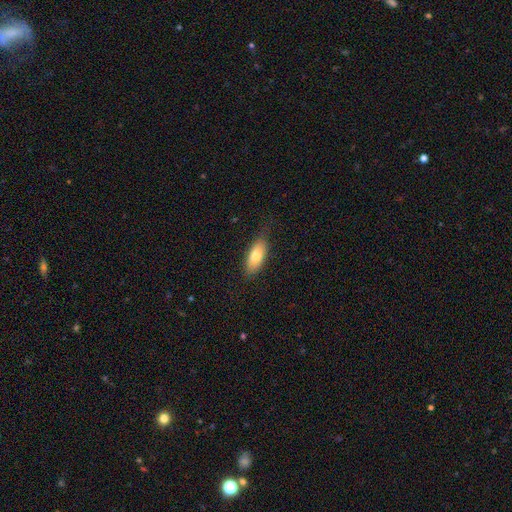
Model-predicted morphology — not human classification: A smooth galaxy with no disk features (76%) that is in between round and cigar-shaped (81%).

Vote fractions:
- Smooth or featured? smooth: 76% / featured or disk: 18% / star or artifact: 6%
- How rounded? in between: 81% / cigar-shaped: 17% / round: 3%
- Merging? none: 77% / minor disturbance: 18% / major disturbance: 4% / merger: 1%